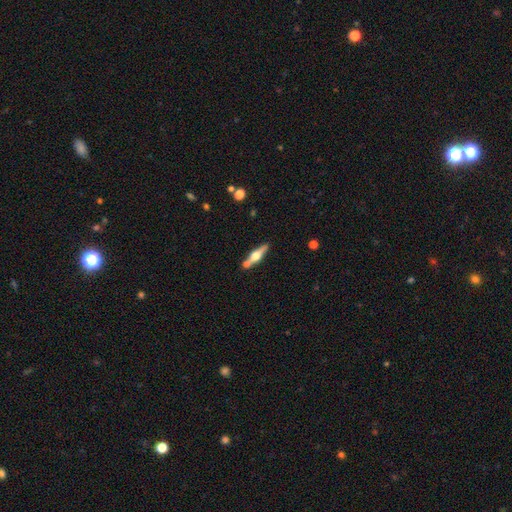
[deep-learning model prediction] Morphology: type=featured or disk (65%); edge-on=yes (95%); edge-on bulge=rounded (95%); merging=none (72%).